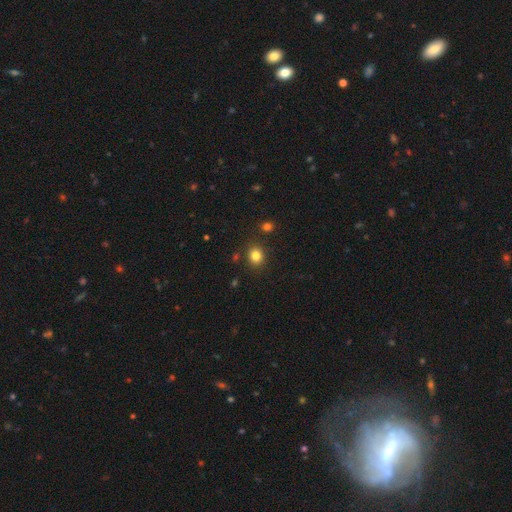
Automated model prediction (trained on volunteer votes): A smooth galaxy with no disk features (82%) that is round (68%).

Vote fractions:
- Smooth or featured? smooth: 82% / star or artifact: 12% / featured or disk: 6%
- How rounded? round: 68% / in between: 31% / cigar-shaped: 1%
- Merging? none: 85% / minor disturbance: 9% / merger: 4% / major disturbance: 3%